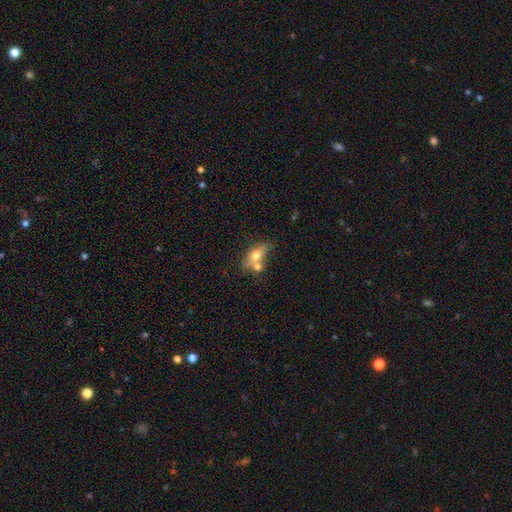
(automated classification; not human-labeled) smooth-or-featured: smooth: 64% | featured or disk: 27% | star or artifact: 8%
  how-rounded: in between: 73% | round: 18% | cigar-shaped: 9%
  merging: merger: 47% | none: 33% | minor disturbance: 13% | major disturbance: 7%